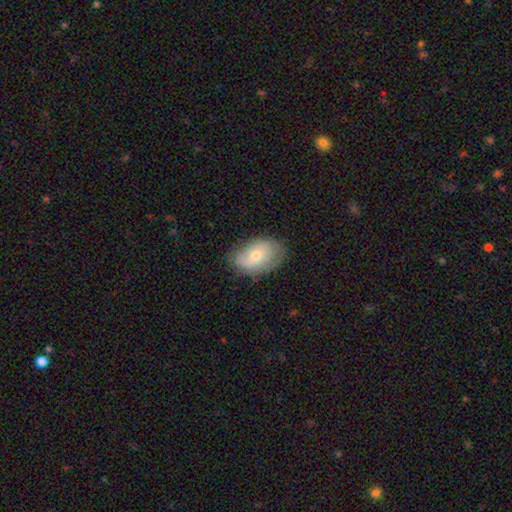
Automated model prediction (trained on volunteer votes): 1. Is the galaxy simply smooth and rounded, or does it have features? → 53% smooth, 40% featured or disk, 7% star or artifact.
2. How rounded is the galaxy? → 87% in between, 11% round, 1% cigar-shaped.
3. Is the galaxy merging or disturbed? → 73% none, 20% minor disturbance, 5% major disturbance, 1% merger.